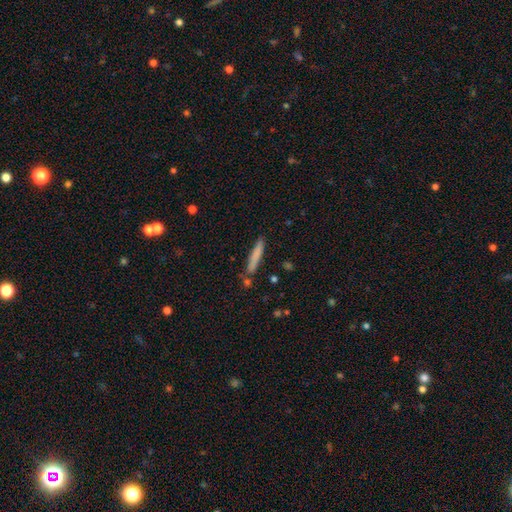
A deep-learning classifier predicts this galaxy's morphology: This appears to be a smooth galaxy with no disk features (76%) that is cigar-shaped (94%). Merging: none (83%).